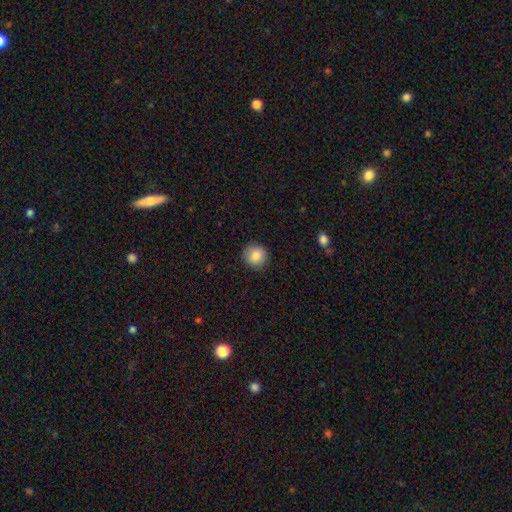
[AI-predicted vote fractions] Smooth or featured?
  - smooth: 86% *
  - star or artifact: 8%
  - featured or disk: 6%
How rounded?
  - round: 93% *
  - in between: 6%
  - cigar-shaped: 1%
Merging?
  - none: 90% *
  - minor disturbance: 7%
  - major disturbance: 2%
  - merger: 1%